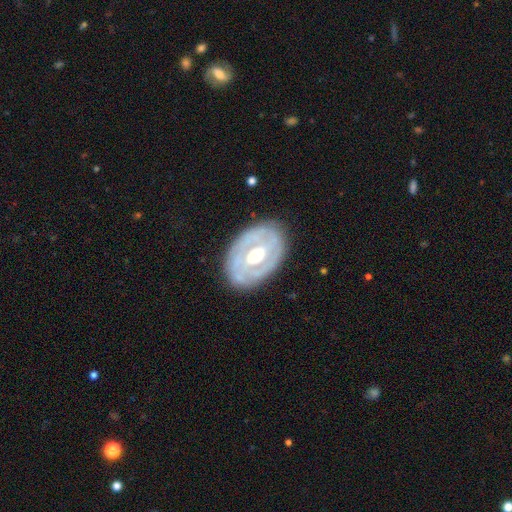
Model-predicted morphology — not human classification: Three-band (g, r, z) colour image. It shows a featured or disk galaxy (81%) with a weak bar (39%), 2 (40%) tight (66%) spiral arms (68%) and a moderate central bulge (76%). Merging: none (80%).